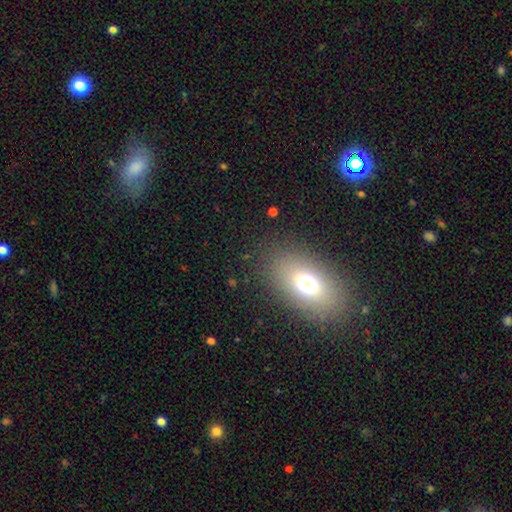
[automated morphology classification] The model was most divided on "smooth or featured": smooth: 70%, featured or disk: 15%, star or artifact: 14%. More confident: merging — none (86%); how rounded — in between (85%).